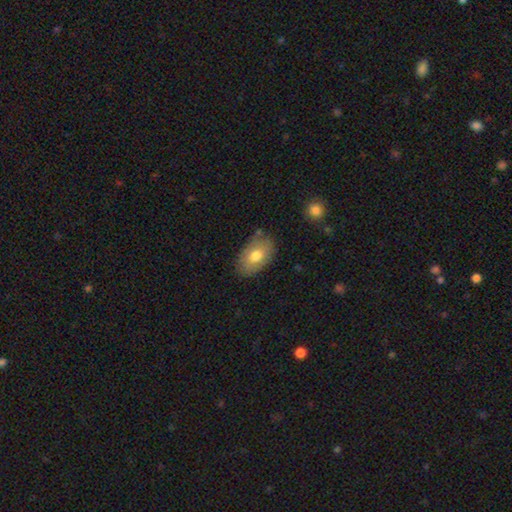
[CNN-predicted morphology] smooth-or-featured: smooth: 73% | featured or disk: 21% | star or artifact: 7%
  how-rounded: in between: 90% | round: 8% | cigar-shaped: 1%
  merging: none: 77% | minor disturbance: 17% | major disturbance: 4% | merger: 3%